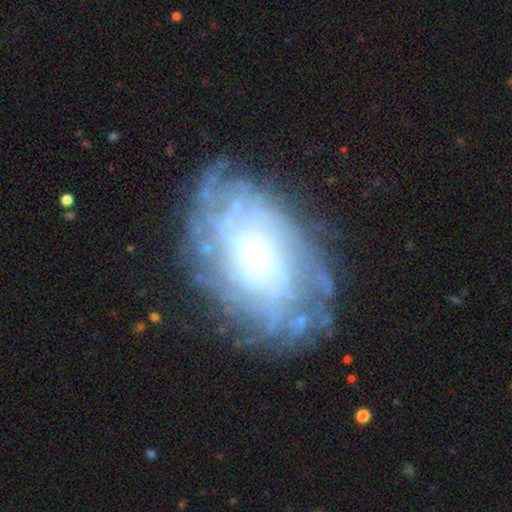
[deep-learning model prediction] Q: Smooth or featured?
A: featured or disk (81%); runner-up: smooth (12%)
Q: Edge-on disk?
A: no (95%); runner-up: yes (5%)
Q: Bar?
A: no (79%); runner-up: weak (16%)
Q: Spiral arms?
A: yes (86%); runner-up: no (14%)
Q: Spiral winding?
A: tight (75%); runner-up: medium (18%)
Q: Spiral arm count?
A: can't tell (49%); runner-up: more than 4 (22%)
Q: Bulge size?
A: small (69%); runner-up: moderate (25%)
Q: Merging?
A: none (76%); runner-up: minor disturbance (15%)